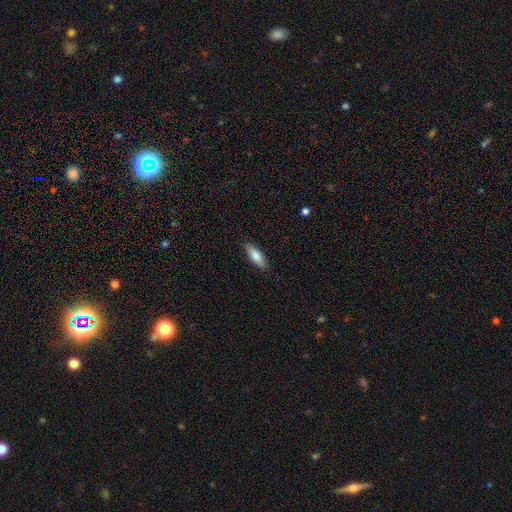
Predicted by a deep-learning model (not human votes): Q: Smooth or featured?
A: smooth (82%); runner-up: featured or disk (13%)
Q: How rounded?
A: in between (59%); runner-up: cigar-shaped (40%)
Q: Merging?
A: none (88%); runner-up: minor disturbance (9%)